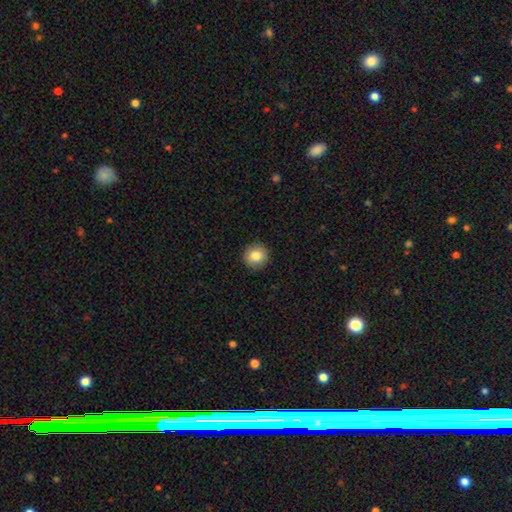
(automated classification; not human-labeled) A smooth galaxy with no disk features (84%) that is round (93%).

Vote fractions:
- Smooth or featured? smooth: 84% / star or artifact: 9% / featured or disk: 7%
- How rounded? round: 93% / in between: 6% / cigar-shaped: 1%
- Merging? none: 92% / minor disturbance: 6% / major disturbance: 2% / merger: 1%